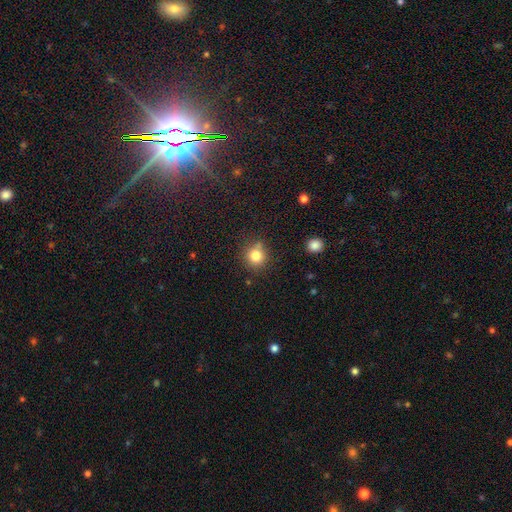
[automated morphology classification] Smooth or featured? smooth (80%)
How rounded? round (90%)
Merging? none (74%)